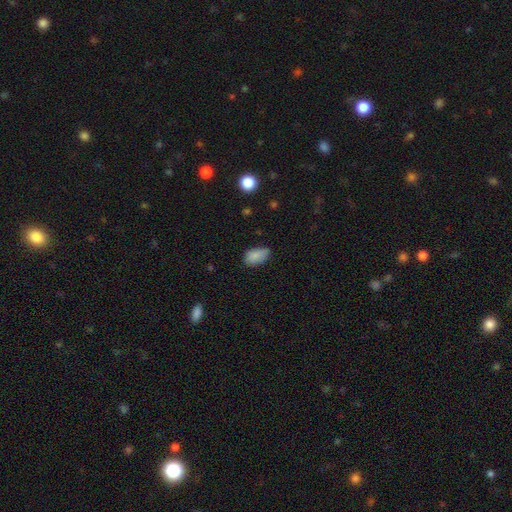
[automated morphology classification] Overall: smooth (86%). How rounded: in between (92%). Merging: none (65%; minor disturbance 28%).